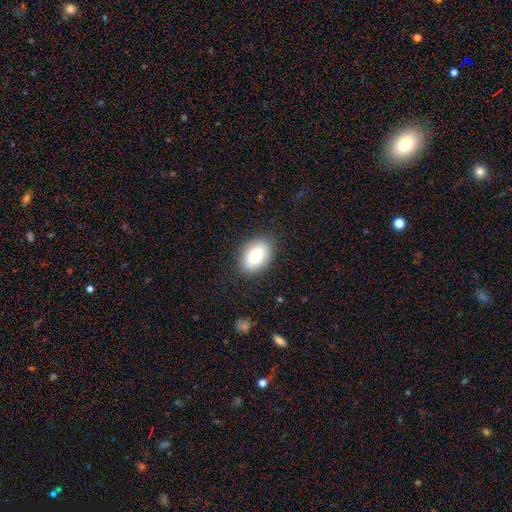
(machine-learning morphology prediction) Smooth or featured?
  - smooth: 81% *
  - featured or disk: 12%
  - star or artifact: 7%
How rounded?
  - in between: 88% *
  - round: 10%
  - cigar-shaped: 2%
Merging?
  - none: 85% *
  - minor disturbance: 11%
  - major disturbance: 3%
  - merger: 1%